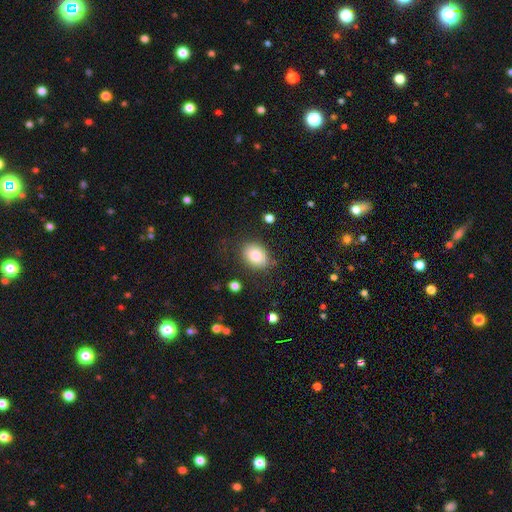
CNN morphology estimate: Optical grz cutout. It shows a smooth galaxy with no disk features (83%) that is in between round and cigar-shaped (71%). Merging: none (80%).